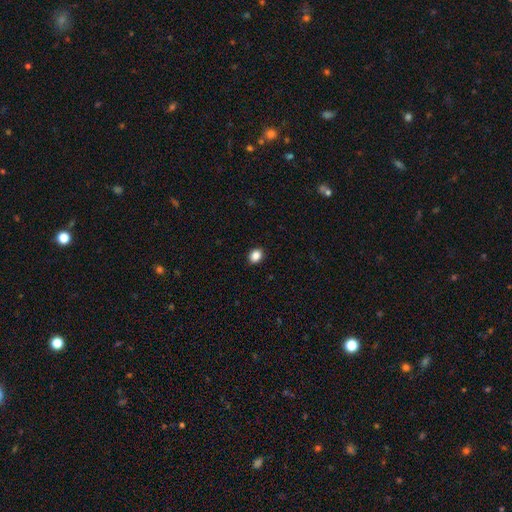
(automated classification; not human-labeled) This appears to be a smooth galaxy with no disk features (88%) that is round (51%). Merging: none (91%).